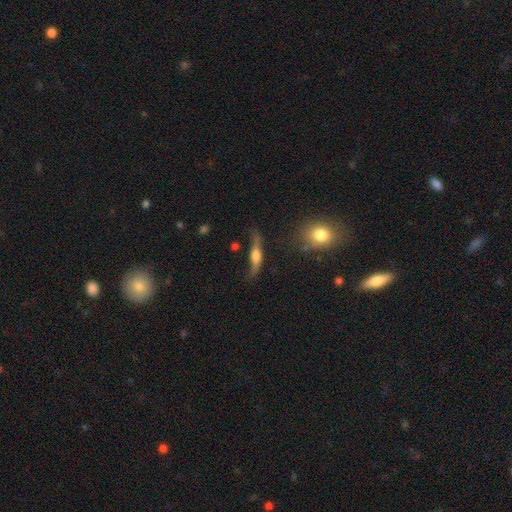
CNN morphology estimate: A featured or disk galaxy (58%) viewed edge-on (85%). Merging: none (63%).